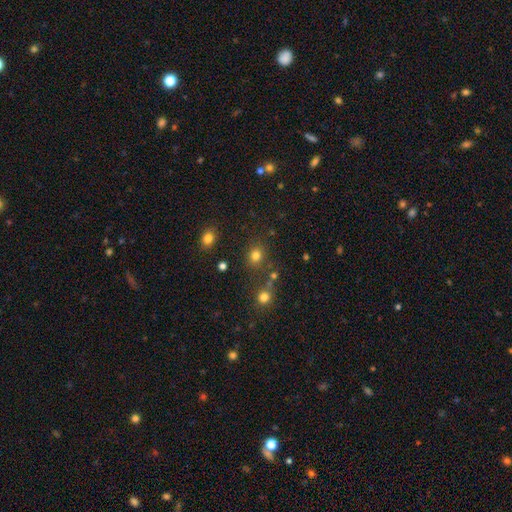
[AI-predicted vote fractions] This is likely a smooth galaxy (78%). How rounded: likely round (80%). Merging: likely none (79%).